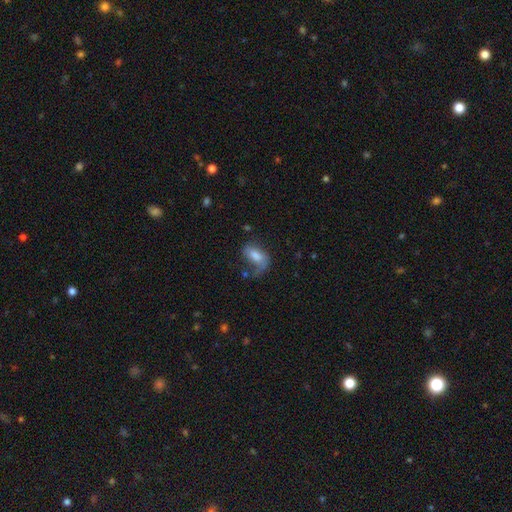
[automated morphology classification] A smooth galaxy with no disk features (53%) that is in between round and cigar-shaped (88%).

Vote fractions:
- Smooth or featured? smooth: 53% / featured or disk: 37% / star or artifact: 10%
- How rounded? in between: 88% / round: 8% / cigar-shaped: 4%
- Merging? major disturbance: 37% / none: 34% / minor disturbance: 23% / merger: 6%